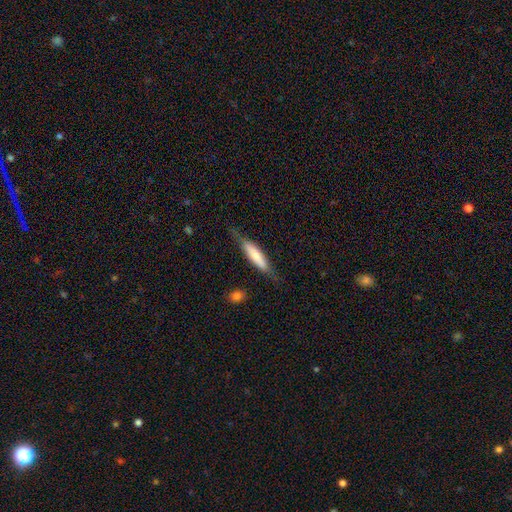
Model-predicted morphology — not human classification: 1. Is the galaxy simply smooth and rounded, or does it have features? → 60% smooth, 34% featured or disk, 6% star or artifact.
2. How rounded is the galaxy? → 75% cigar-shaped, 24% in between, 2% round.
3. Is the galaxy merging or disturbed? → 68% none, 22% minor disturbance, 8% major disturbance, 2% merger.